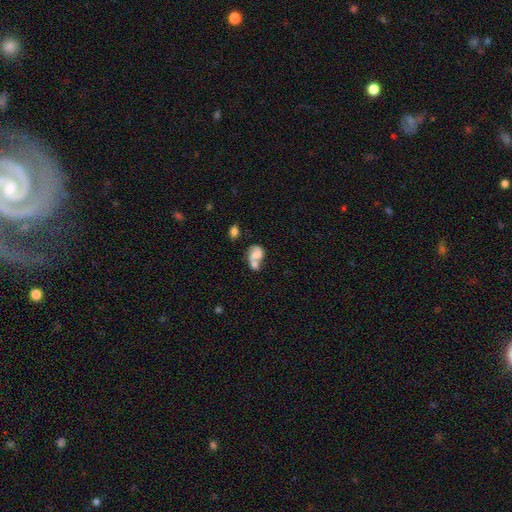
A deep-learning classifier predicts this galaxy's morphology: smooth-or-featured: featured or disk: 47% | smooth: 44% | star or artifact: 10%
  merging: merger: 59% | none: 20% | minor disturbance: 11% | major disturbance: 9%